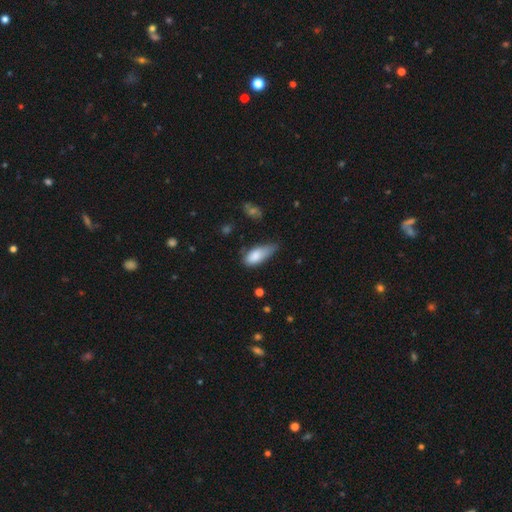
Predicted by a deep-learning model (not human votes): The model was most divided on "merging": minor disturbance: 49%, none: 28%, major disturbance: 20%, merger: 4%. More confident: smooth or featured — smooth (81%); how rounded — in between (80%).